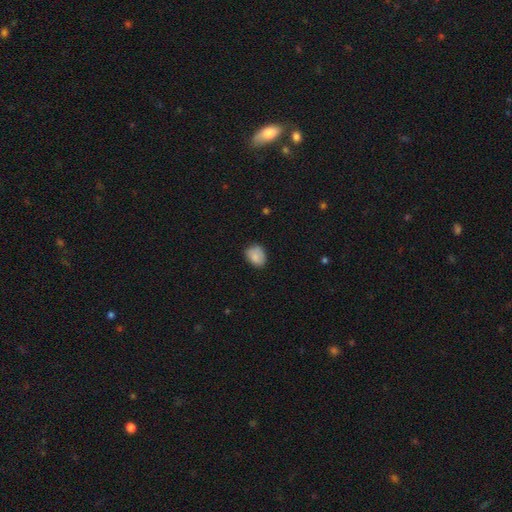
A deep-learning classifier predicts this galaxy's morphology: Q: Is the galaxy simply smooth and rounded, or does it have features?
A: smooth — 85%.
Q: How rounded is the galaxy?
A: in between — 60%.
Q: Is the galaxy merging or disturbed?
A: none — 73%.